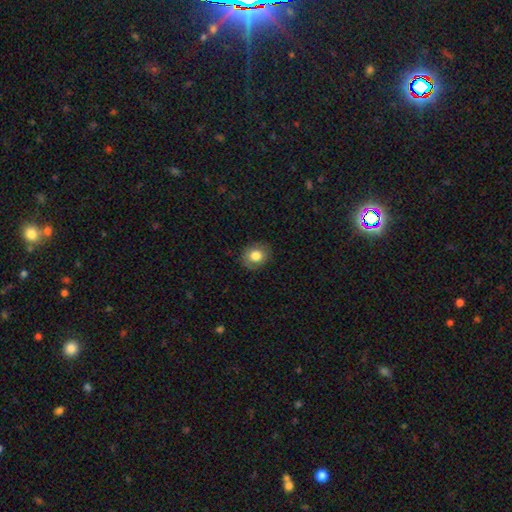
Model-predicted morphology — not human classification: Smooth or featured? Predicted: smooth (p=0.80). How rounded? Predicted: round (p=0.65). Merging? Predicted: none (p=0.85).